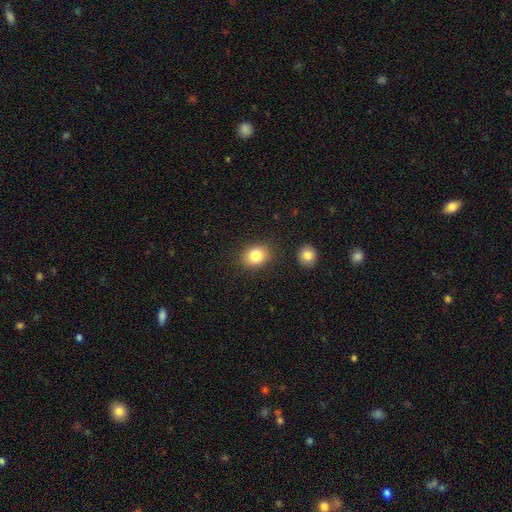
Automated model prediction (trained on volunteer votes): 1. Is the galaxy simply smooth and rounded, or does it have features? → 84% smooth, 9% star or artifact, 7% featured or disk.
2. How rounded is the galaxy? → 53% round, 47% in between, 1% cigar-shaped.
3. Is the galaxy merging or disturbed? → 84% none, 10% minor disturbance, 4% merger, 3% major disturbance.